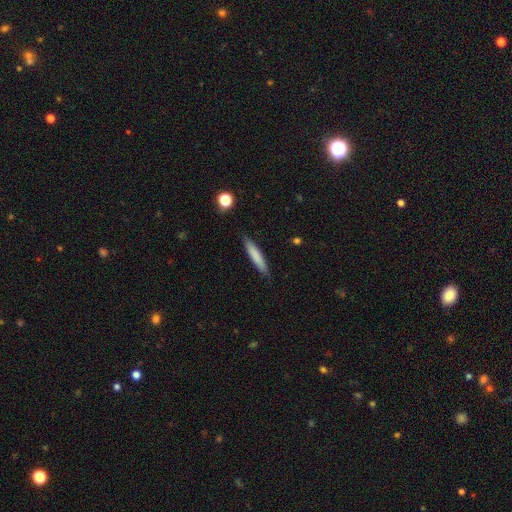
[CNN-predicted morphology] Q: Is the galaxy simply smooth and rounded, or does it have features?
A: smooth — 77%.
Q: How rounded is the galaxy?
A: cigar-shaped — 90%.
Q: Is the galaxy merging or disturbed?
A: none — 86%.